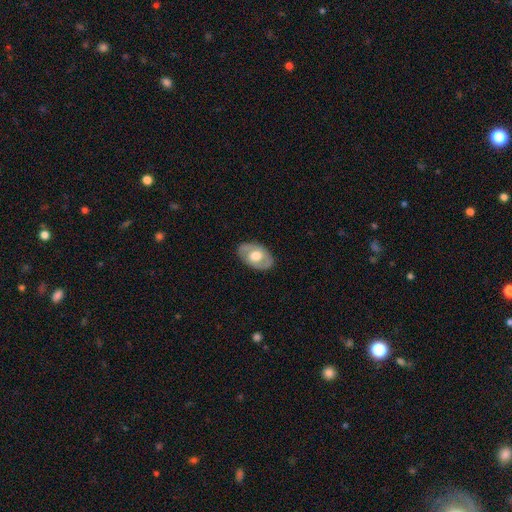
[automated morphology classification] A featured or disk galaxy (50%).

Vote fractions:
- Smooth or featured? featured or disk: 50% / smooth: 45% / star or artifact: 5%
- Merging? none: 83% / minor disturbance: 13% / major disturbance: 3% / merger: 1%